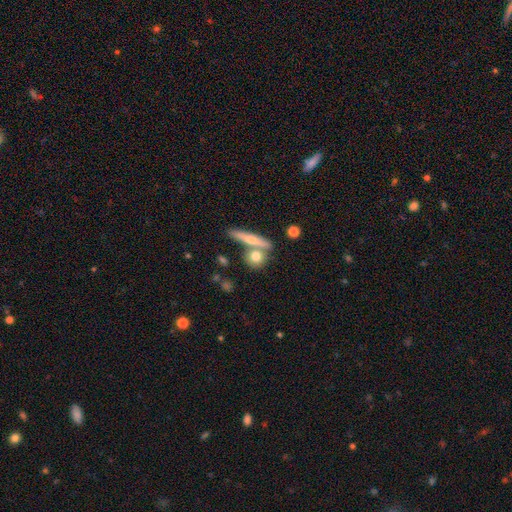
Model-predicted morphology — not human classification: Smooth or featured?
  - smooth: 49% *
  - featured or disk: 41%
  - star or artifact: 10%
Merging?
  - none: 64% *
  - merger: 23%
  - minor disturbance: 9%
  - major disturbance: 4%